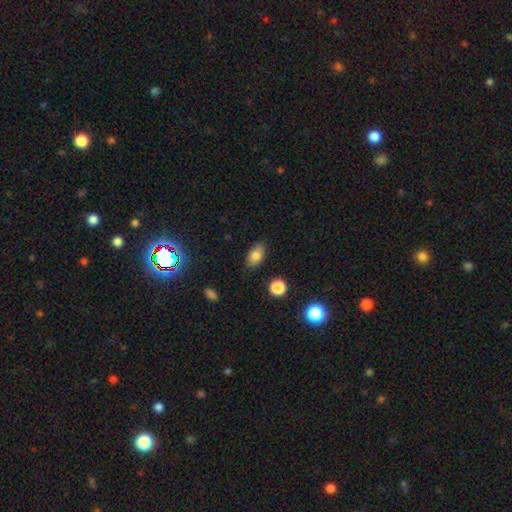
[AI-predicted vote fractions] Smooth or featured: smooth — 80% (star or artifact — 10%)
How rounded: in between — 89% (round — 9%)
Merging: none — 84% (minor disturbance — 12%)